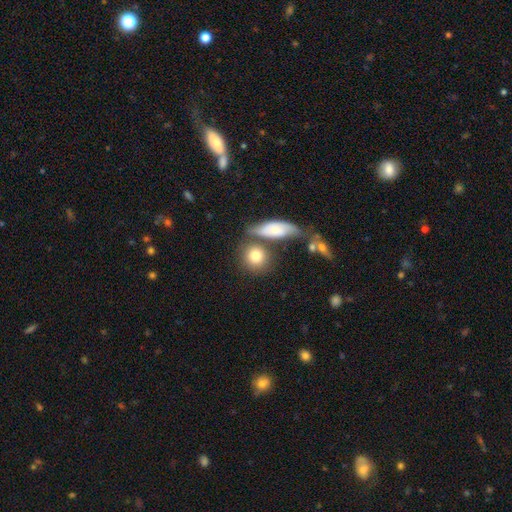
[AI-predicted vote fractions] Smooth or featured? Predicted: smooth (p=0.78). How rounded? Predicted: round (p=0.79). Merging? Predicted: none (p=0.59).